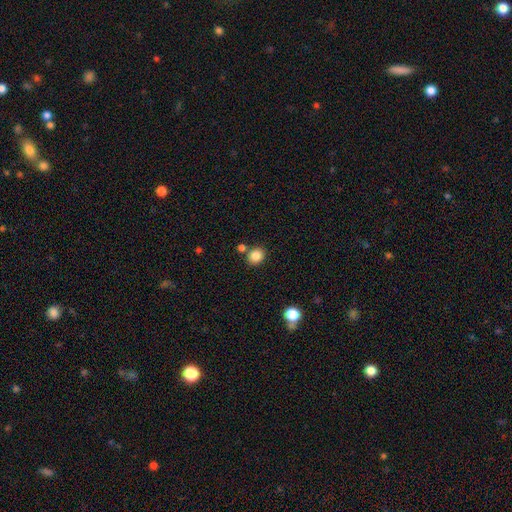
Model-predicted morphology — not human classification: Overall: smooth (85%). How rounded: round (74%). Merging: none (75%).